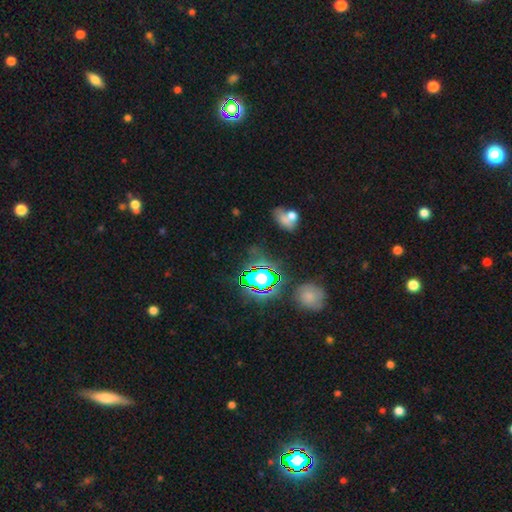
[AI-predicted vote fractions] smooth-or-featured: star or artifact: 78% | smooth: 13% | featured or disk: 8%